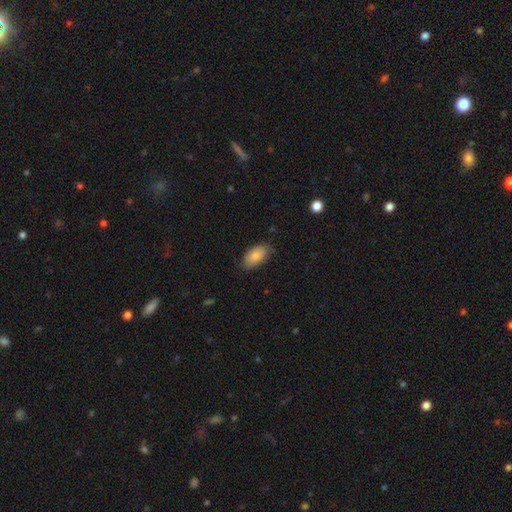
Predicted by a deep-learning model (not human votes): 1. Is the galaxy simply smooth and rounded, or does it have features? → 83% smooth, 11% featured or disk, 6% star or artifact.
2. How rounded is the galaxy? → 93% in between, 4% round, 2% cigar-shaped.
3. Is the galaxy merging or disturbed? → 78% none, 18% minor disturbance, 3% major disturbance, 1% merger.